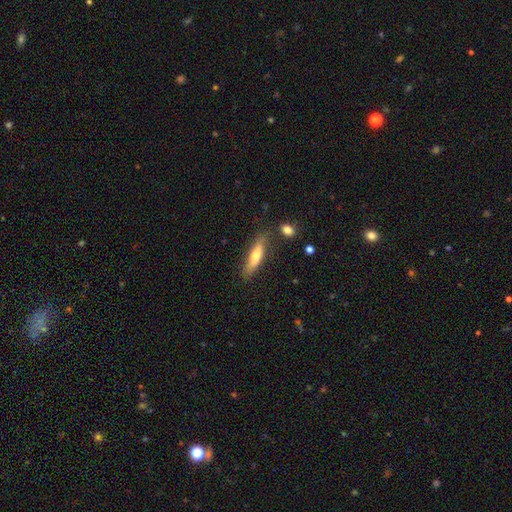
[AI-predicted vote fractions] smooth-or-featured: smooth: 62% | featured or disk: 31% | star or artifact: 6%
  how-rounded: cigar-shaped: 72% | in between: 26% | round: 2%
  merging: none: 77% | minor disturbance: 15% | merger: 4% | major disturbance: 4%